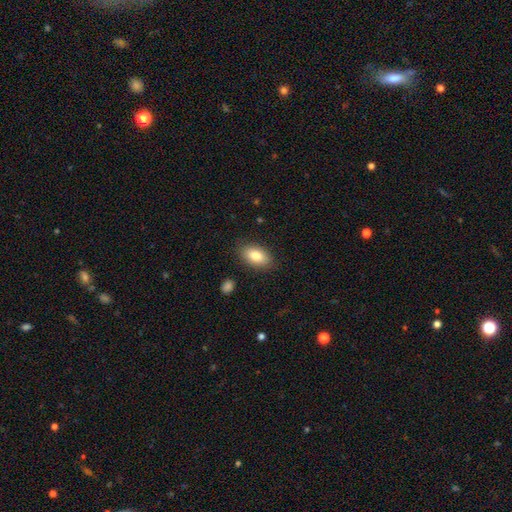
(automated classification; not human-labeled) Q: Smooth or featured?
A: smooth (82%); runner-up: featured or disk (11%)
Q: How rounded?
A: in between (92%); runner-up: round (6%)
Q: Merging?
A: none (86%); runner-up: minor disturbance (10%)